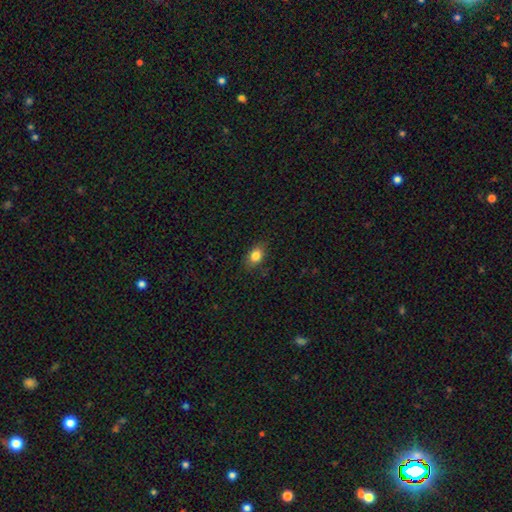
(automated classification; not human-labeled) Smooth or featured?
  - smooth: 82% *
  - star or artifact: 10%
  - featured or disk: 8%
How rounded?
  - in between: 74% *
  - round: 24%
  - cigar-shaped: 2%
Merging?
  - none: 81% *
  - minor disturbance: 14%
  - major disturbance: 3%
  - merger: 1%